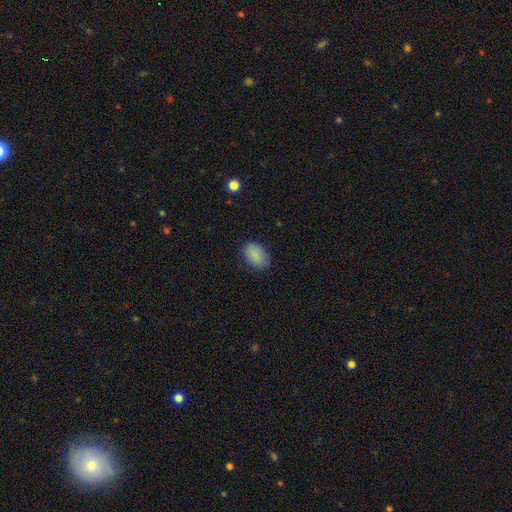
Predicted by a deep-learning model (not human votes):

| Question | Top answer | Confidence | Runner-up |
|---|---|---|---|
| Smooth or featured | smooth | 88% | star or artifact (7%) |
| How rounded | in between | 89% | round (10%) |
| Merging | none | 82% | minor disturbance (14%) |